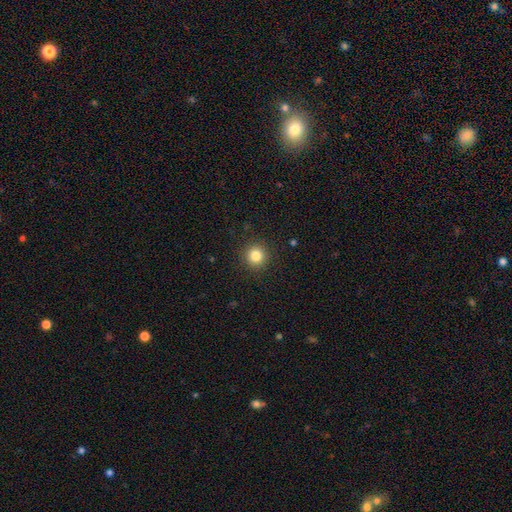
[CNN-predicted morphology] smooth 83%, star or artifact 12%, featured or disk 5%. Down the decision tree: how rounded — round (95%); merging — none (92%).